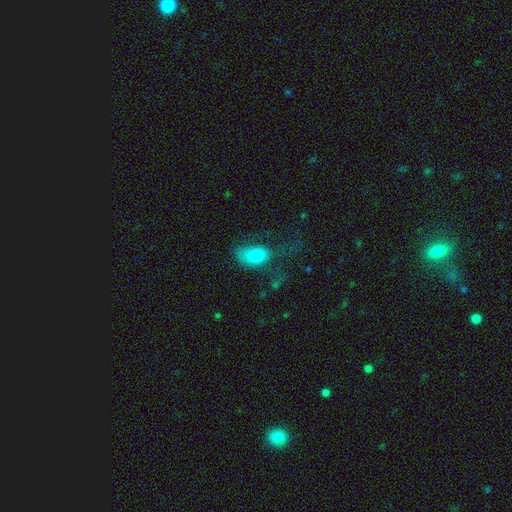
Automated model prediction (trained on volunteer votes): Smooth or featured?
  - smooth: 77% *
  - featured or disk: 15%
  - star or artifact: 8%
How rounded?
  - in between: 88% *
  - round: 9%
  - cigar-shaped: 2%
Merging?
  - major disturbance: 43% *
  - none: 30%
  - minor disturbance: 23%
  - merger: 4%